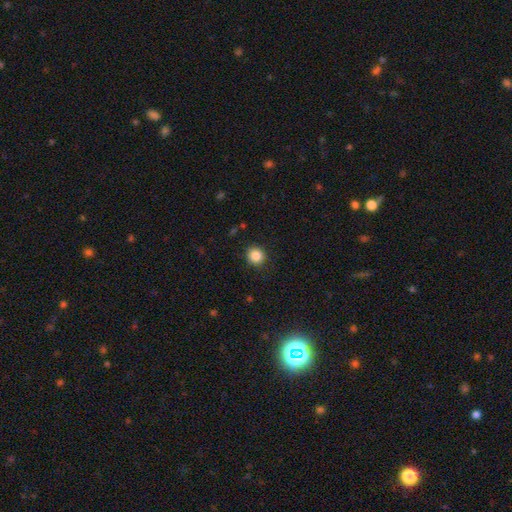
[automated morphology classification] A smooth galaxy with no disk features (86%) that is round (90%). Merging: none (89%).